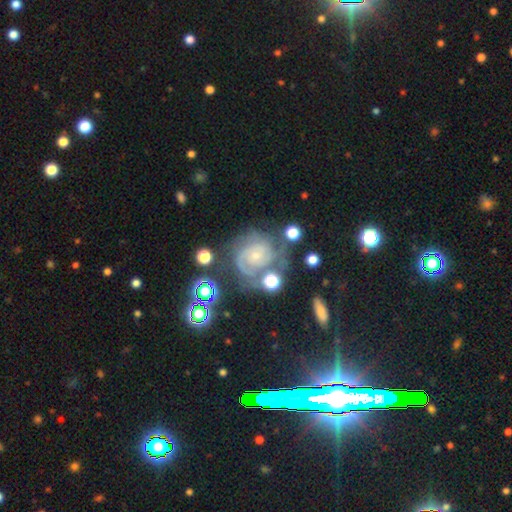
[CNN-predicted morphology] A featured or disk galaxy (79%) with no bar (74%), 2 (36%) tight (65%) spiral arms (94%) and a small central bulge (73%). Merging: none (56%).